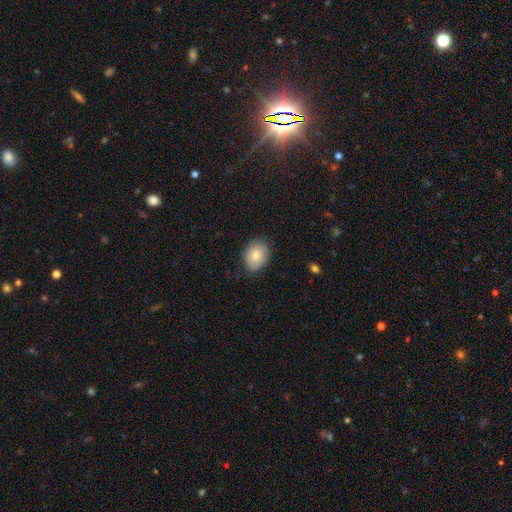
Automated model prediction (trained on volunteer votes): Smooth or featured? Predicted: smooth (p=0.76). How rounded? Predicted: in between (p=0.66). Merging? Predicted: none (p=0.78).